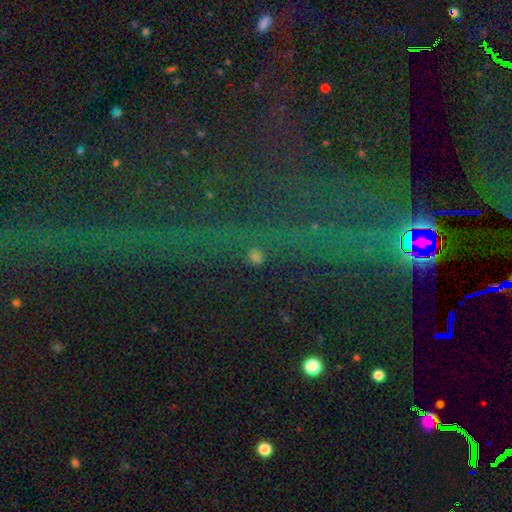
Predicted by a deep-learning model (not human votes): Q: Smooth or featured?
A: star or artifact (63%); runner-up: smooth (27%)